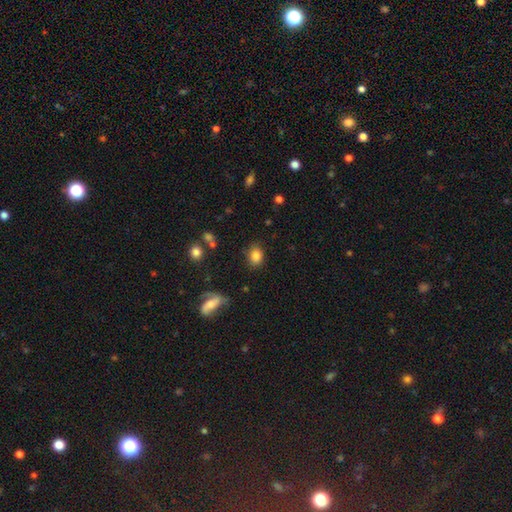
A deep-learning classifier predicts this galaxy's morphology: Overall: smooth (83%). How rounded: in between (62%; round 36%). Merging: none (80%).